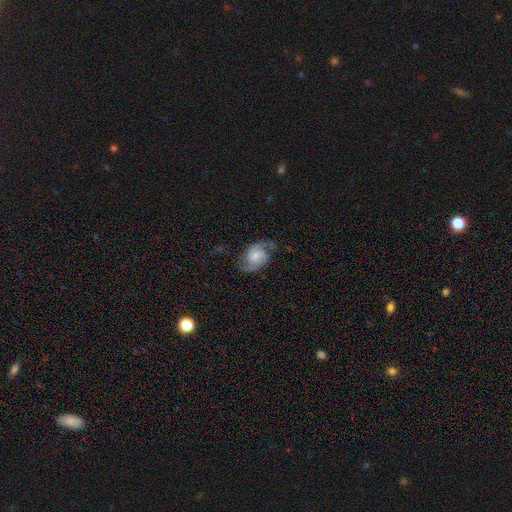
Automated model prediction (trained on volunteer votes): Overall: featured or disk (84%). Edge-on disk: no (98%). Bar: no (49%; weak 44%). Spiral arms: yes (97%). Spiral arm count: 2 (91%). Spiral winding: medium (54%; loose 23%). Bulge size: moderate (41%; small 35%). Merging: none (72%).